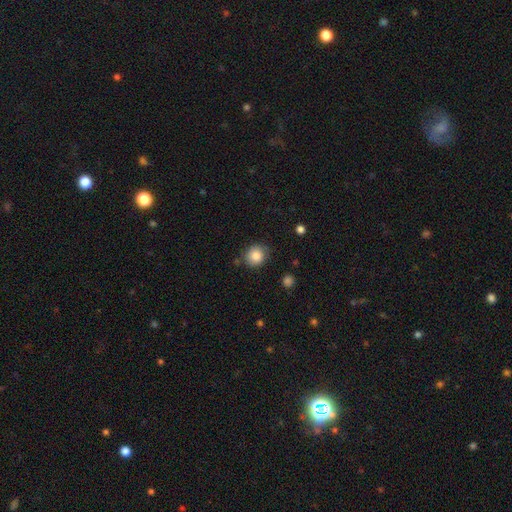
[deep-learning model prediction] Overall: smooth (86%). How rounded: round (82%). Merging: none (81%).